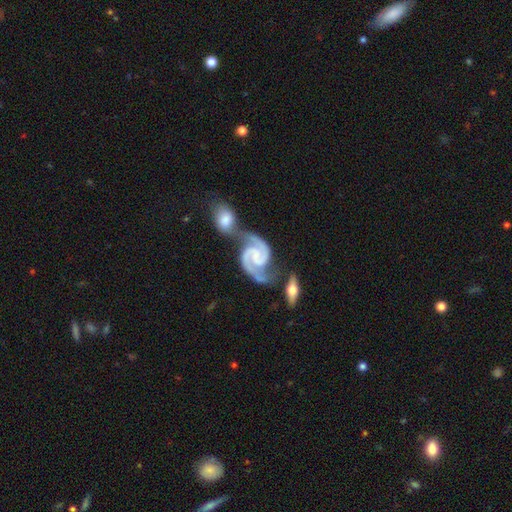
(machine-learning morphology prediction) Smooth or featured: featured or disk — 93% (star or artifact — 4%)
Edge-on disk: no — 98% (yes — 2%)
Bar: no — 45% (weak — 38%)
Spiral arms: yes — 98% (no — 2%)
Spiral winding: medium — 57% (tight — 31%)
Spiral arm count: 2 — 94% (can't tell — 2%)
Bulge size: small — 43% (none — 37%)
Merging: none — 42% (merger — 37%)